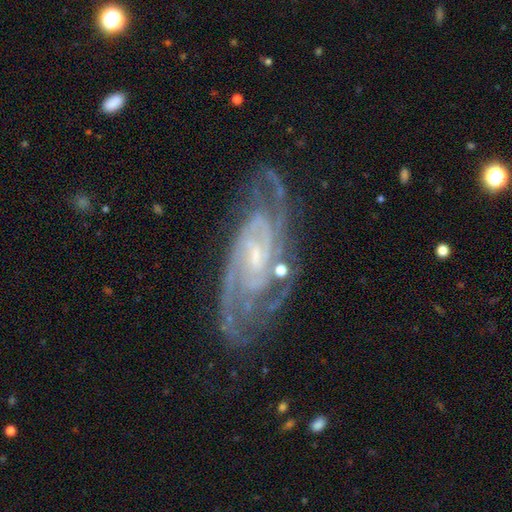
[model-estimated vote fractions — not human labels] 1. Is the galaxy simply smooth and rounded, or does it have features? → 90% featured or disk, 6% star or artifact, 4% smooth.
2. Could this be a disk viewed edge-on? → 94% no, 6% yes.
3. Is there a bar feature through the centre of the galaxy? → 46% weak, 36% no, 18% strong.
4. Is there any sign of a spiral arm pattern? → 98% yes, 2% no.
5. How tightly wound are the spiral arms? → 59% tight, 35% medium, 6% loose.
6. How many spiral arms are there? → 34% 2, 22% 3, 19% can't tell, 13% 4, 6% more than 4, 6% 1.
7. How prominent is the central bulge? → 68% small, 20% moderate, 10% none, 2% large, 1% dominant.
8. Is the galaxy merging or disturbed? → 73% none, 18% minor disturbance, 7% major disturbance, 3% merger.